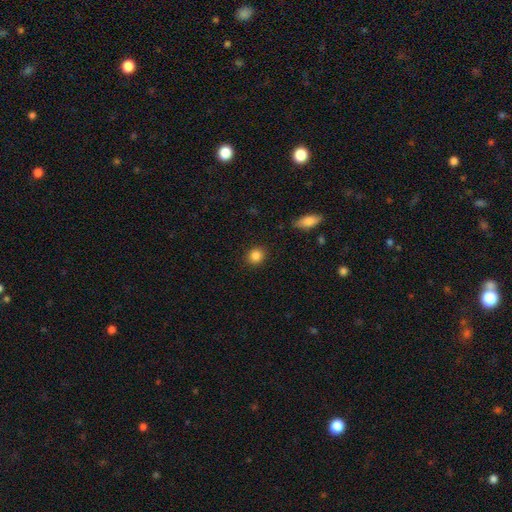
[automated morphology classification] Overall: smooth (86%). How rounded: round (82%). Merging: none (89%).